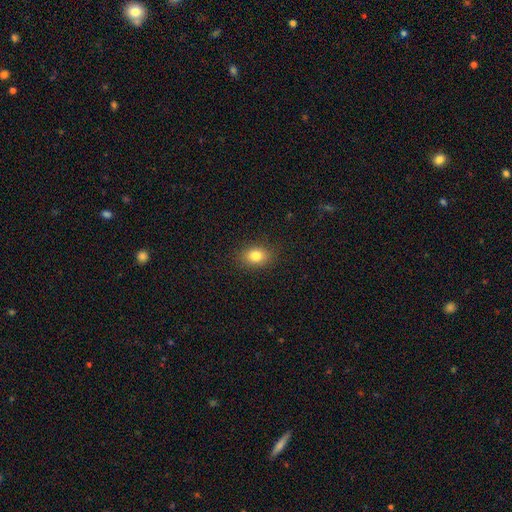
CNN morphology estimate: Smooth or featured? Predicted: smooth (p=0.81). How rounded? Predicted: in between (p=0.65). Merging? Predicted: none (p=0.87).